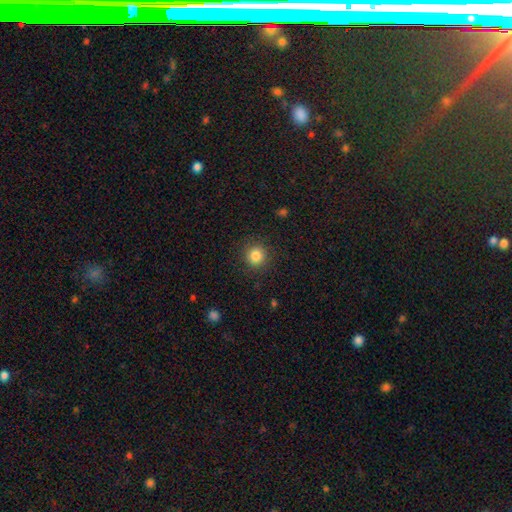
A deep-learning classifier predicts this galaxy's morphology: Overall: smooth (84%). How rounded: round (92%). Merging: none (90%).